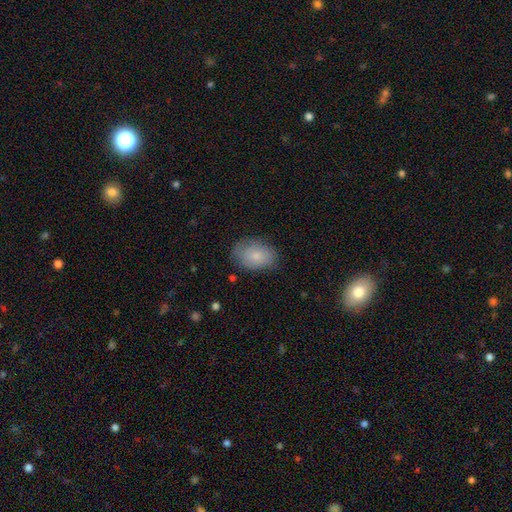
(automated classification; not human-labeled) Smooth or featured: smooth — 79% (featured or disk — 14%)
How rounded: in between — 83% (round — 16%)
Merging: none — 76% (minor disturbance — 19%)